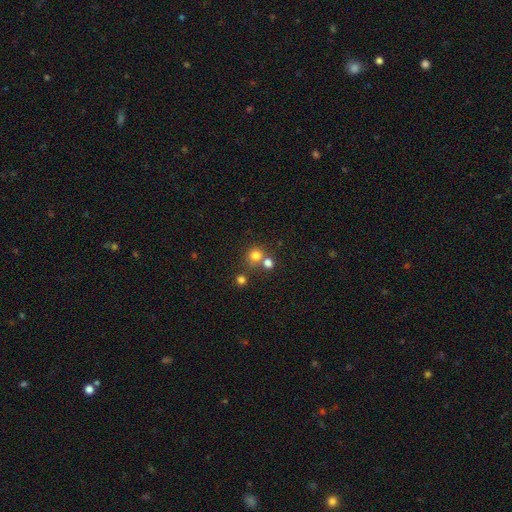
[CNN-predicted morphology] smooth-or-featured: smooth: 76% | star or artifact: 16% | featured or disk: 8%
  how-rounded: round: 87% | in between: 12% | cigar-shaped: 1%
  merging: none: 58% | merger: 30% | minor disturbance: 8% | major disturbance: 4%